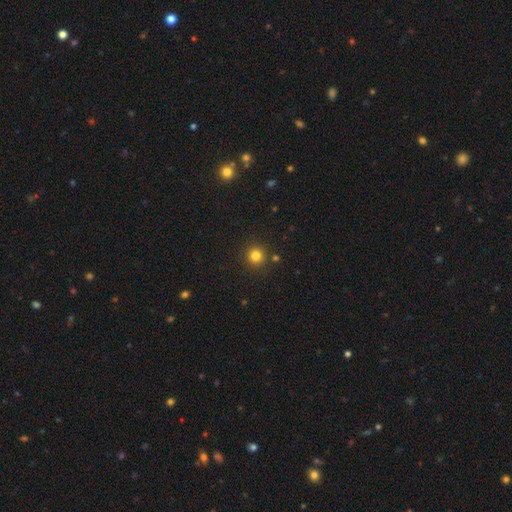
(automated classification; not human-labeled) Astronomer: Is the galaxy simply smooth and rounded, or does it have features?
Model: smooth — 81%.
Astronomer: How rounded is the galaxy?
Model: round — 95%.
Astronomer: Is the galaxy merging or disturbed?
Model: none — 89%.